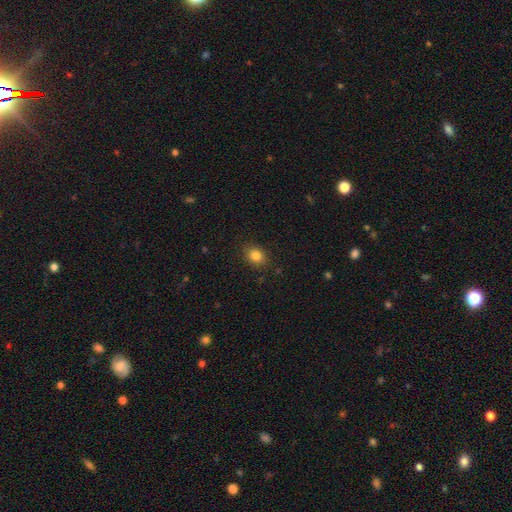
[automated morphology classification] The model was most divided on "how rounded": in between: 51%, round: 48%, cigar-shaped: 1%. More confident: merging — none (87%); smooth or featured — smooth (84%).